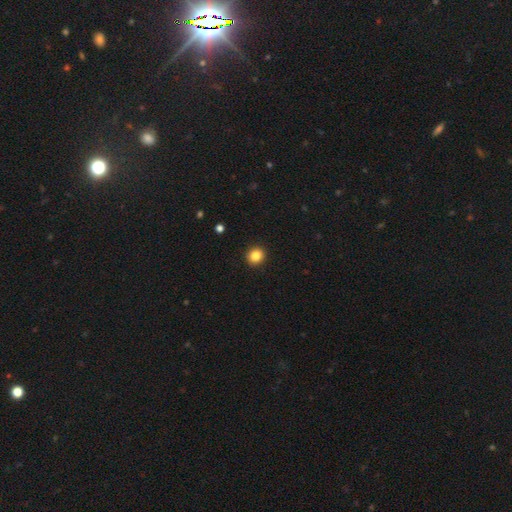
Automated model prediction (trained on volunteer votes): Q: Smooth or featured?
A: smooth (85%); runner-up: star or artifact (11%)
Q: How rounded?
A: round (86%); runner-up: in between (14%)
Q: Merging?
A: none (92%); runner-up: minor disturbance (5%)